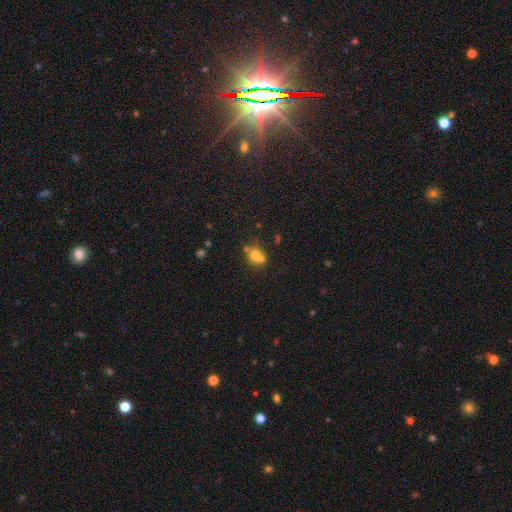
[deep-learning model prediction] Morphology: type=smooth (63%); roundness=round (70%); merging=merger (51%).